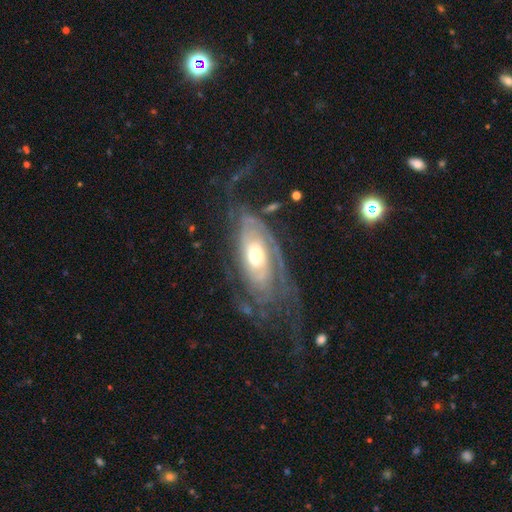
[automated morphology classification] This appears to be a featured or disk galaxy (84%) with no bar (71%), tight (59%) spiral arms (91%) and a moderate central bulge (64%). Merging: none (52%).